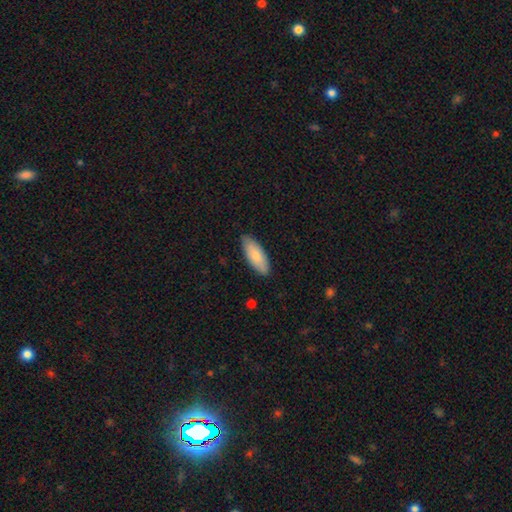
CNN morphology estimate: smooth_or_featured: smooth (p=0.81) [alt: featured or disk p=0.14]
how_rounded: in between (p=0.76) [alt: cigar-shaped p=0.23]
merging: none (p=0.86) [alt: minor disturbance p=0.11]